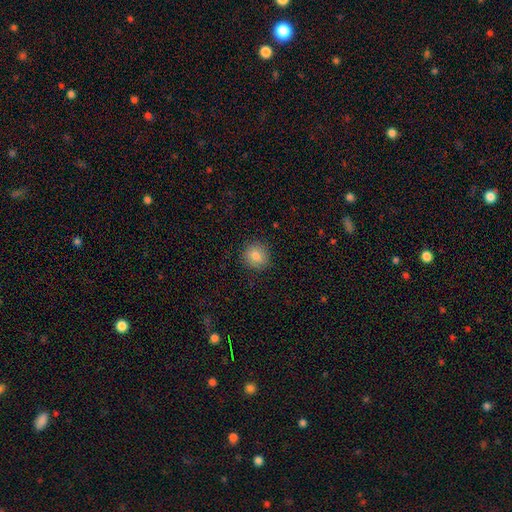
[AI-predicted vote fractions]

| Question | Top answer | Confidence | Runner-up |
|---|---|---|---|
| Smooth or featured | smooth | 83% | star or artifact (10%) |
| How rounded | round | 90% | in between (9%) |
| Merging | none | 90% | minor disturbance (7%) |